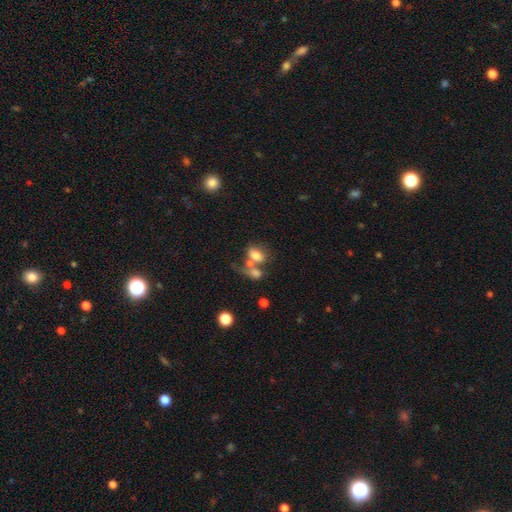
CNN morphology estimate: smooth-or-featured: smooth: 70% | featured or disk: 19% | star or artifact: 11%
  how-rounded: in between: 84% | round: 13% | cigar-shaped: 3%
  merging: merger: 50% | none: 26% | major disturbance: 13% | minor disturbance: 10%